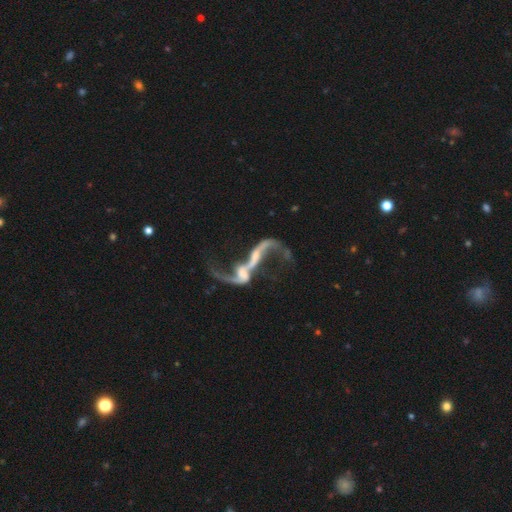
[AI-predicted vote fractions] Morphology: type=featured or disk (80%); edge-on=no (91%); bar=no (47%); spiral arms=yes (73%); winding=loose (92%); arm count=2 (76%); bulge=none (39%); merging=merger (63%).